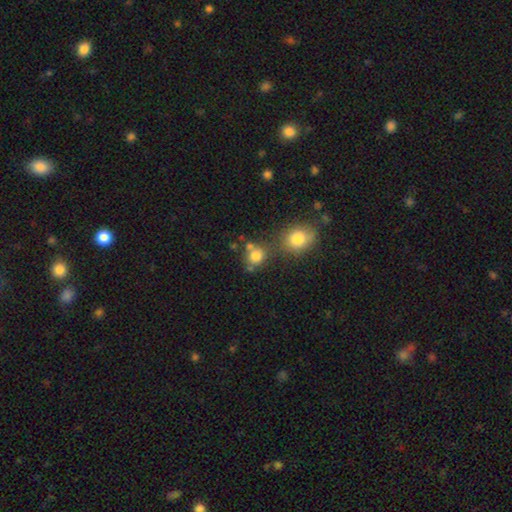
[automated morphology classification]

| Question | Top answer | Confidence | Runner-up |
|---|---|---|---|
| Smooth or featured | smooth | 79% | star or artifact (13%) |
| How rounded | round | 79% | in between (20%) |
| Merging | none | 55% | merger (30%) |